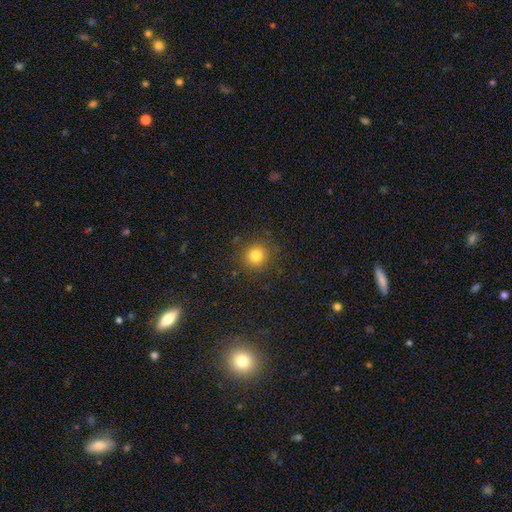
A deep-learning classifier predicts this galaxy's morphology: Q: Smooth or featured?
A: smooth (80%); runner-up: star or artifact (14%)
Q: How rounded?
A: round (93%); runner-up: in between (7%)
Q: Merging?
A: none (88%); runner-up: minor disturbance (8%)